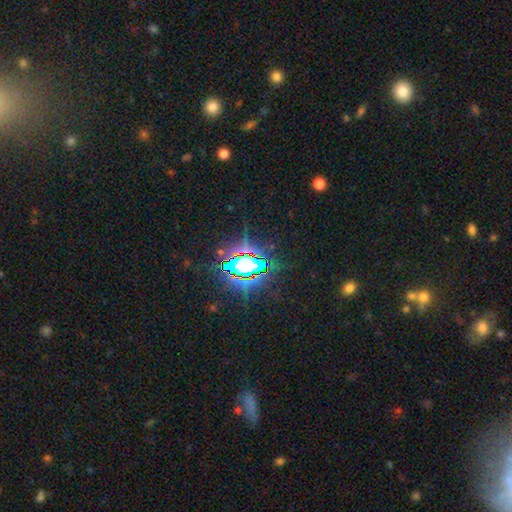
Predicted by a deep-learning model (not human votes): A star or artifact, not a galaxy (81%).